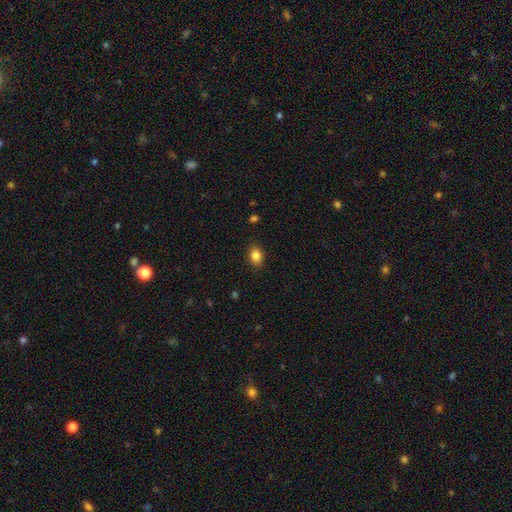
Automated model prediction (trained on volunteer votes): smooth-or-featured: smooth: 85% | star or artifact: 10% | featured or disk: 6%
  how-rounded: in between: 68% | round: 30% | cigar-shaped: 1%
  merging: none: 87% | minor disturbance: 10% | major disturbance: 2% | merger: 1%